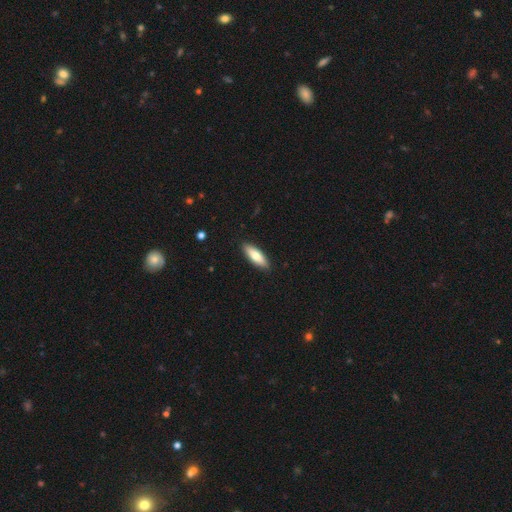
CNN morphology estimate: This is likely a smooth galaxy (75%). How rounded: possibly in between (54%). Merging: clearly none (90%).